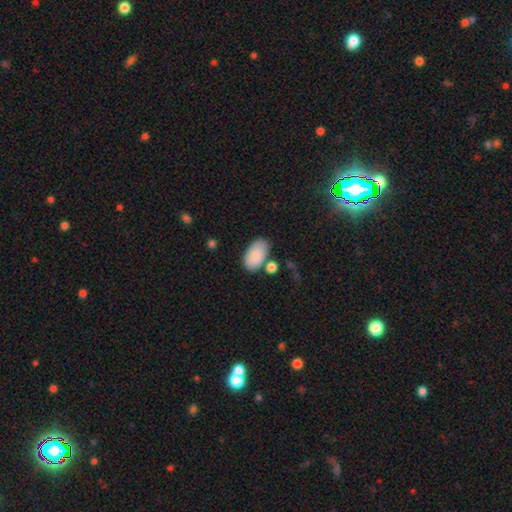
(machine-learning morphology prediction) Smooth or featured: smooth — 87% (featured or disk — 7%)
How rounded: in between — 95% (round — 4%)
Merging: none — 68% (minor disturbance — 16%)